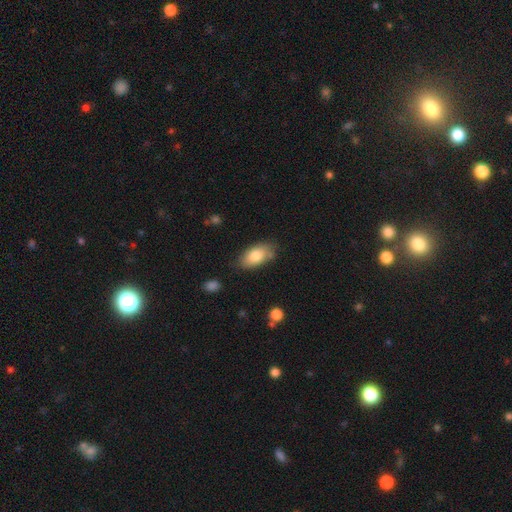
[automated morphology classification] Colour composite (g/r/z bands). It shows a smooth galaxy with no disk features (80%) that is in between round and cigar-shaped (92%). Merging: none (76%).